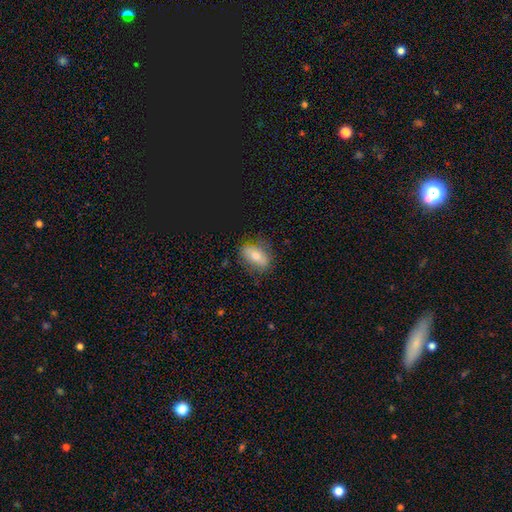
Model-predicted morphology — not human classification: This appears to be a smooth galaxy with no disk features (59%) that is in between round and cigar-shaped (83%). Merging: none (75%).